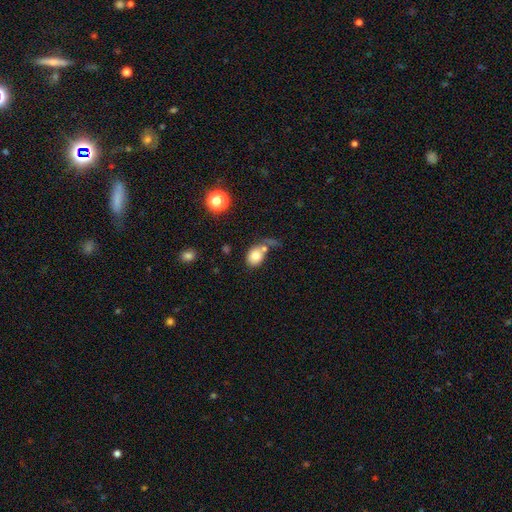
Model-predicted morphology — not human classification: This is likely a smooth galaxy (78%). How rounded: possibly in between (59%). Merging: marginally none (40%).